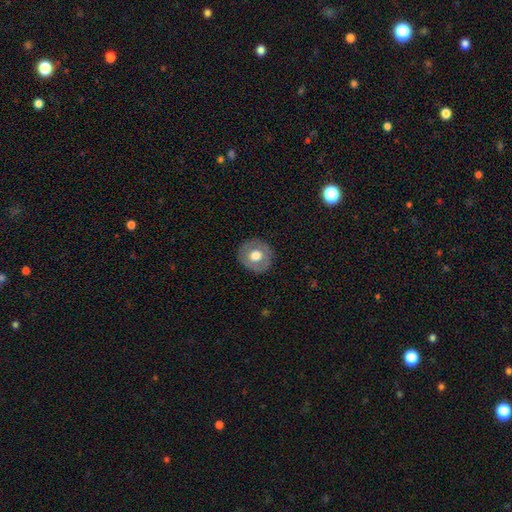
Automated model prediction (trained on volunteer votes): smooth-or-featured: smooth: 57% | featured or disk: 37% | star or artifact: 7%
  how-rounded: round: 85% | in between: 14% | cigar-shaped: 1%
  merging: none: 86% | minor disturbance: 10% | major disturbance: 3% | merger: 1%